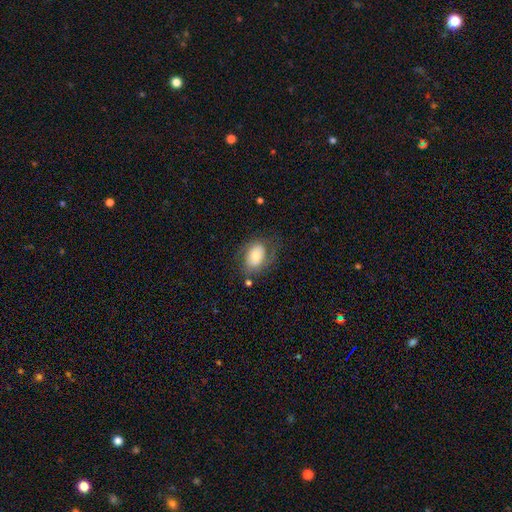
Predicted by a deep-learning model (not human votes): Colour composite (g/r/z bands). It shows a smooth galaxy with no disk features (63%) that is in between round and cigar-shaped (76%). Merging: none (63%).